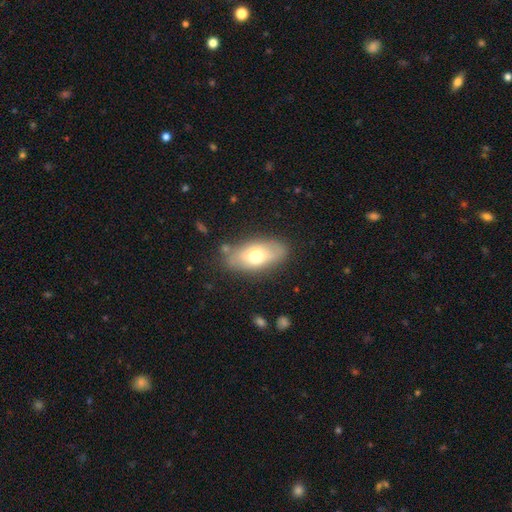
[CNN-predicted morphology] This is likely a smooth galaxy (65%). How rounded: clearly in between (87%). Merging: likely none (78%).